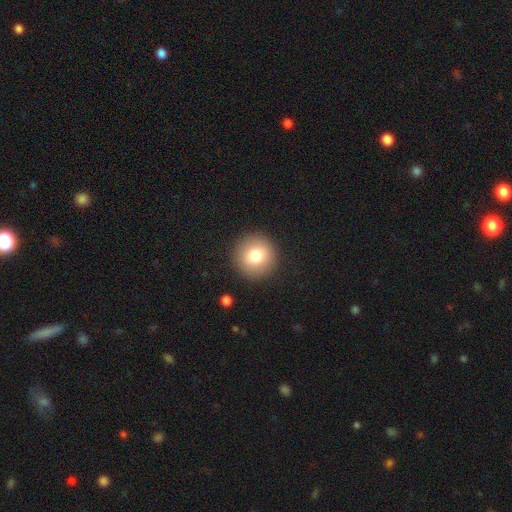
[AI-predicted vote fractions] Q: Smooth or featured?
A: smooth (79%); runner-up: featured or disk (11%)
Q: How rounded?
A: round (95%); runner-up: in between (4%)
Q: Merging?
A: none (91%); runner-up: minor disturbance (5%)